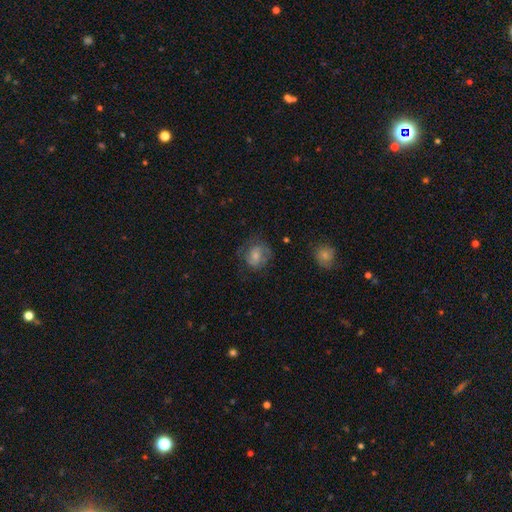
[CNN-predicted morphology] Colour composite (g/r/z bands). It shows a smooth galaxy with no disk features (54%) that is round (69%). Merging: none (58%).